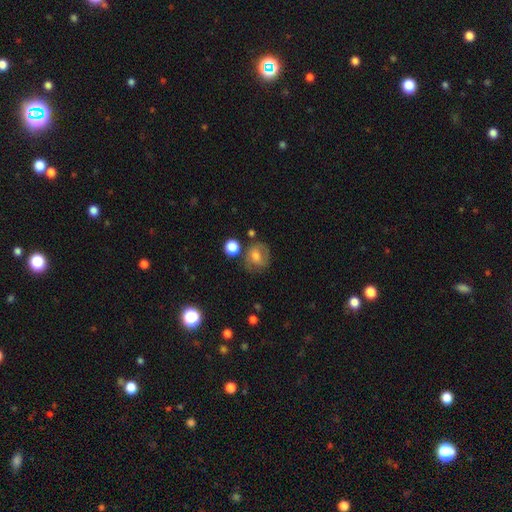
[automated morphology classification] A smooth galaxy with no disk features (62%) that is round (69%).

Vote fractions:
- Smooth or featured? smooth: 62% / featured or disk: 28% / star or artifact: 10%
- How rounded? round: 69% / in between: 30% / cigar-shaped: 1%
- Merging? none: 62% / minor disturbance: 21% / major disturbance: 10% / merger: 7%